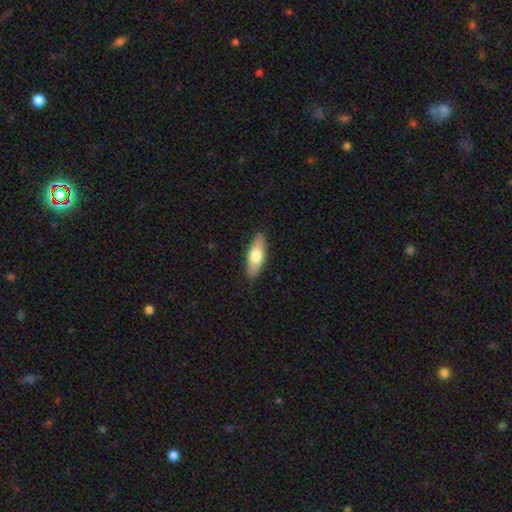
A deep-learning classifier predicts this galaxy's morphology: smooth_or_featured: smooth (p=0.70) [alt: featured or disk p=0.24]
how_rounded: in between (p=0.65) [alt: cigar-shaped p=0.33]
merging: none (p=0.88) [alt: minor disturbance p=0.09]